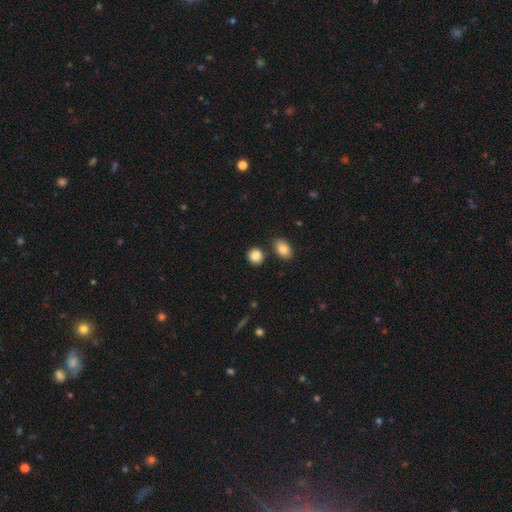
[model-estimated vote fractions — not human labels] This is clearly a smooth galaxy (87%). How rounded: likely round (75%). Merging: likely none (80%).